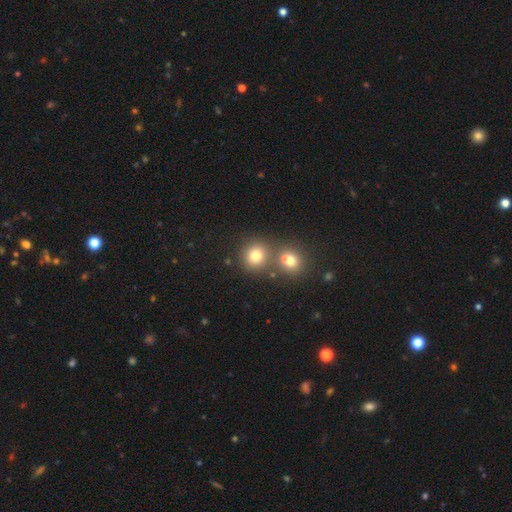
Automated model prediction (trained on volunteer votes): A smooth galaxy with no disk features (77%) that is round (87%). Merging: none (60%).